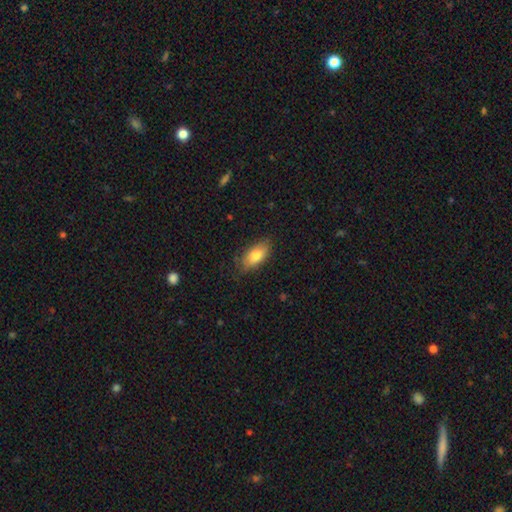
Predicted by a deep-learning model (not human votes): smooth 77%, featured or disk 16%, star or artifact 7%. Down the decision tree: how rounded — in between (85%); merging — none (79%).